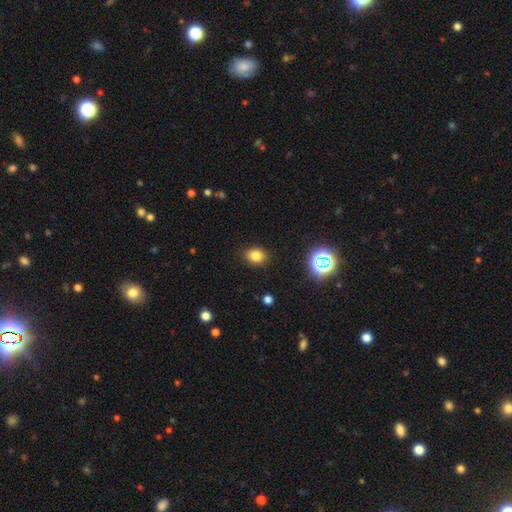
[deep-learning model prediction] A smooth galaxy with no disk features (80%) that is round (57%). Merging: none (89%).